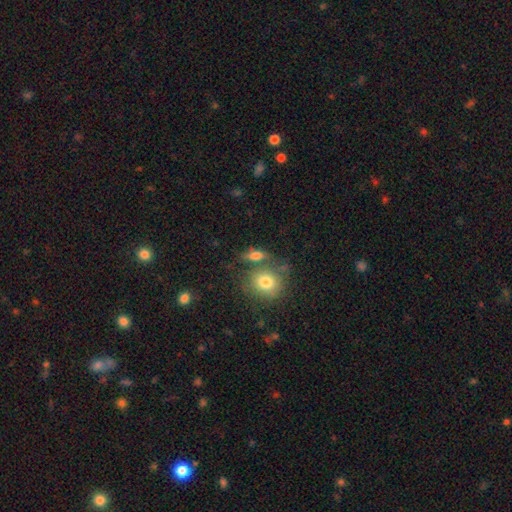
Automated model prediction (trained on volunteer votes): Smooth or featured? Predicted: smooth (p=0.69). How rounded? Predicted: in between (p=0.61). Merging? Predicted: none (p=0.51).